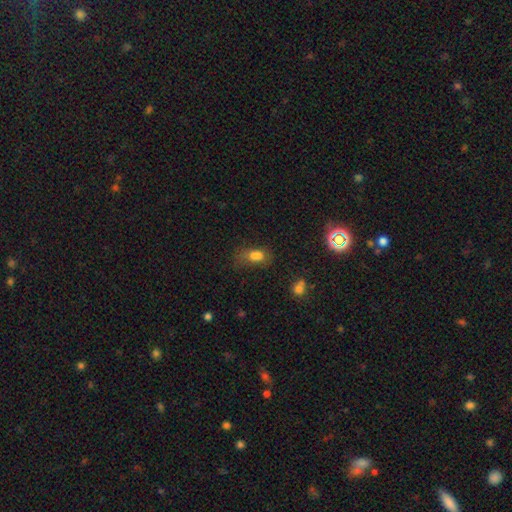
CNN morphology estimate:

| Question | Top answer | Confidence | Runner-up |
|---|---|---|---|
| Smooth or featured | smooth | 71% | star or artifact (16%) |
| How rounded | in between | 80% | round (14%) |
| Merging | none | 37% | minor disturbance (24%) |